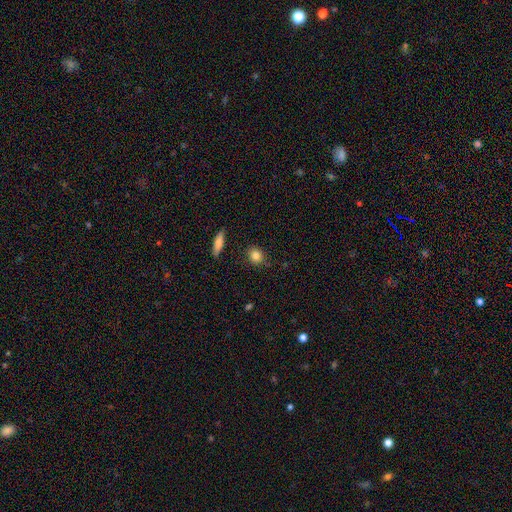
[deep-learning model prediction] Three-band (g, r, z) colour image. It shows a smooth galaxy with no disk features (84%) that is round (69%). Merging: none (85%).